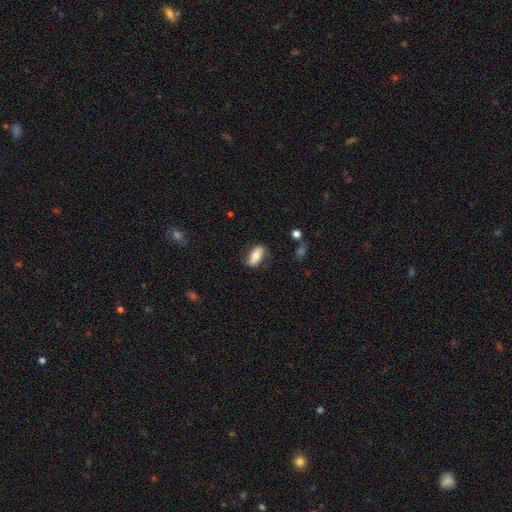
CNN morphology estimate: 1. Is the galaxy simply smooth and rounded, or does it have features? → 68% smooth, 25% featured or disk, 7% star or artifact.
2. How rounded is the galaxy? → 84% in between, 12% cigar-shaped, 4% round.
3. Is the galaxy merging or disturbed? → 72% none, 20% minor disturbance, 6% major disturbance, 2% merger.